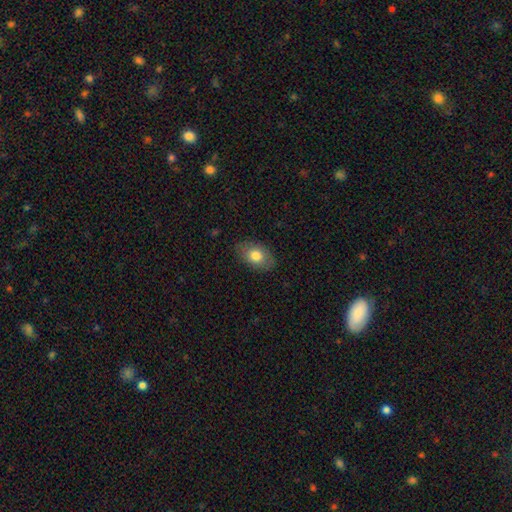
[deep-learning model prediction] smooth_or_featured: smooth (p=0.76) [alt: featured or disk p=0.17]
how_rounded: in between (p=0.85) [alt: round p=0.13]
merging: none (p=0.83) [alt: minor disturbance p=0.13]